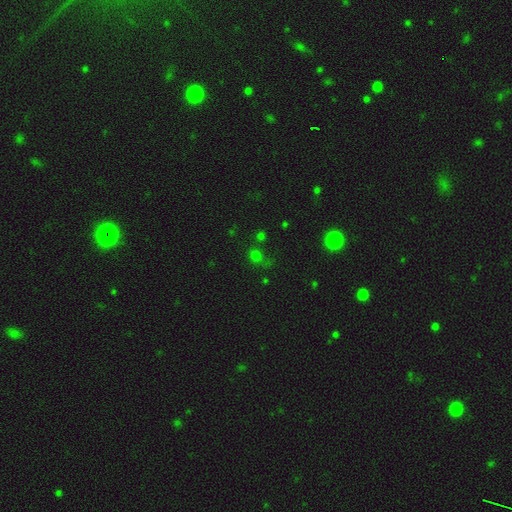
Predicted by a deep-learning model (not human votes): Smooth or featured? smooth (58%)
How rounded? round (78%)
Merging? none (63%)